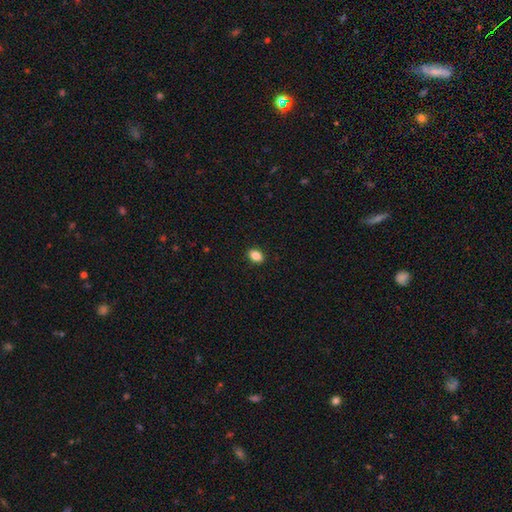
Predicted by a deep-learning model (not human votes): This appears to be a smooth galaxy with no disk features (87%) that is in between round and cigar-shaped (76%). Merging: none (91%).